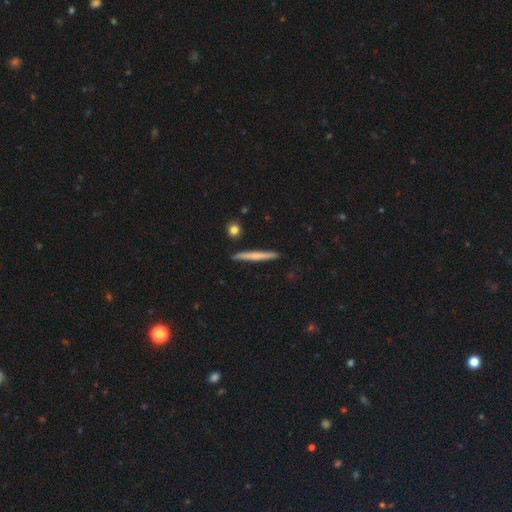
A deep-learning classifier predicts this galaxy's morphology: Overall: smooth (56%; featured or disk 39%). How rounded: cigar-shaped (96%). Merging: none (89%).